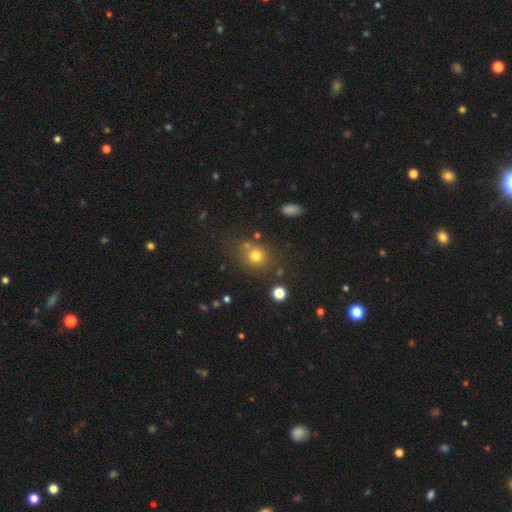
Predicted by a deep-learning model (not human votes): smooth 75%, star or artifact 16%, featured or disk 9%. Down the decision tree: how rounded — round (78%); merging — none (73%).